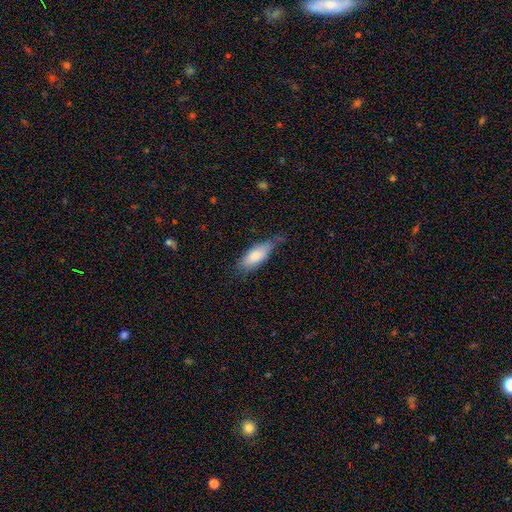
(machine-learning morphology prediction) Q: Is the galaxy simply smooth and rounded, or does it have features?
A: smooth — 79%.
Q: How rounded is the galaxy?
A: in between — 77%.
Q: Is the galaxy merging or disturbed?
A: none — 52%.